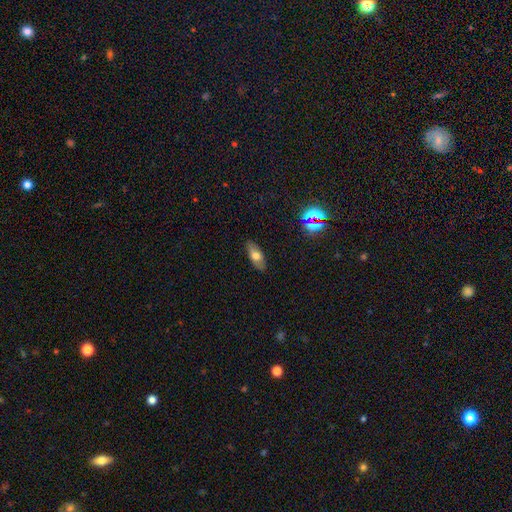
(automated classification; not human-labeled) smooth-or-featured: smooth: 66% | featured or disk: 25% | star or artifact: 9%
  how-rounded: in between: 81% | cigar-shaped: 15% | round: 4%
  merging: none: 87% | minor disturbance: 10% | major disturbance: 2% | merger: 1%